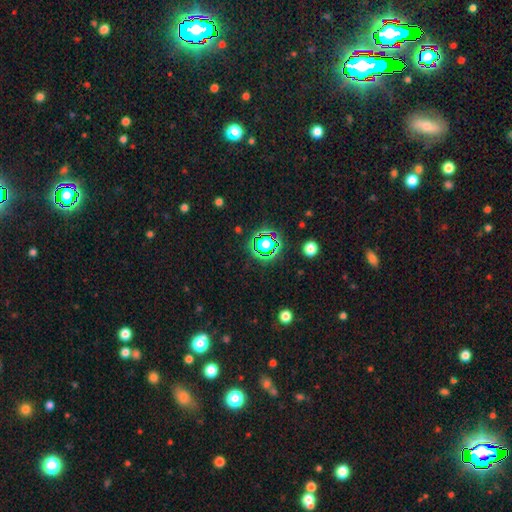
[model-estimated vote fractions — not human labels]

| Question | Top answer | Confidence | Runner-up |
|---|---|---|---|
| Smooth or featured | star or artifact | 76% | smooth (16%) |